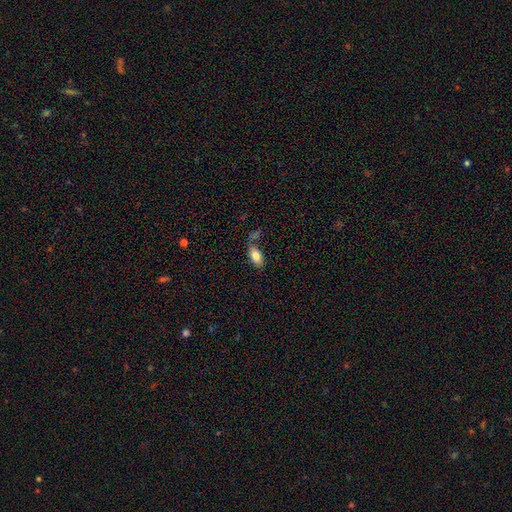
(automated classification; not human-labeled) This appears to be a smooth galaxy with no disk features (79%) that is in between round and cigar-shaped (91%). Merging: none (62%).